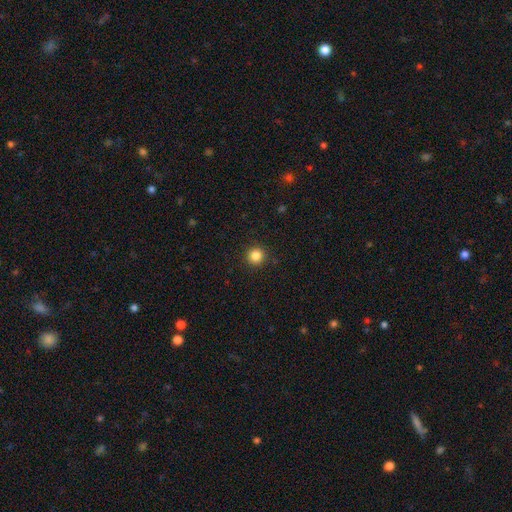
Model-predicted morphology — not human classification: A smooth galaxy with no disk features (84%) that is round (95%). Merging: none (92%).